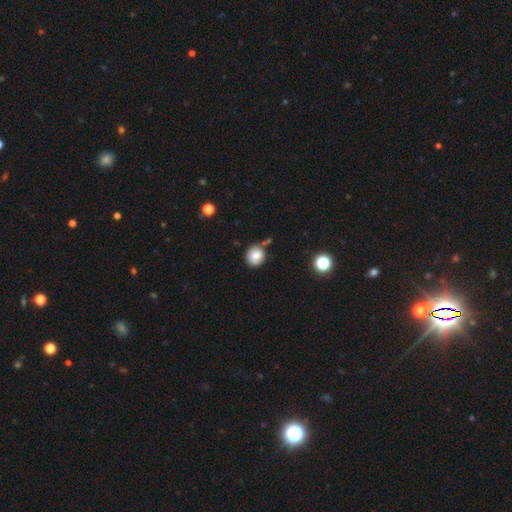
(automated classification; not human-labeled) Morphology: type=smooth (83%); roundness=round (82%); merging=none (67%).